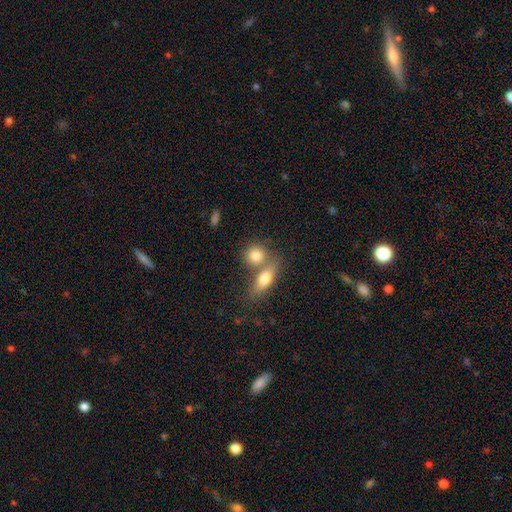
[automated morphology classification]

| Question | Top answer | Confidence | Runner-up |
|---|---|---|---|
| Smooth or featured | smooth | 81% | featured or disk (11%) |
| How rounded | round | 62% | in between (33%) |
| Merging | merger | 48% | none (40%) |